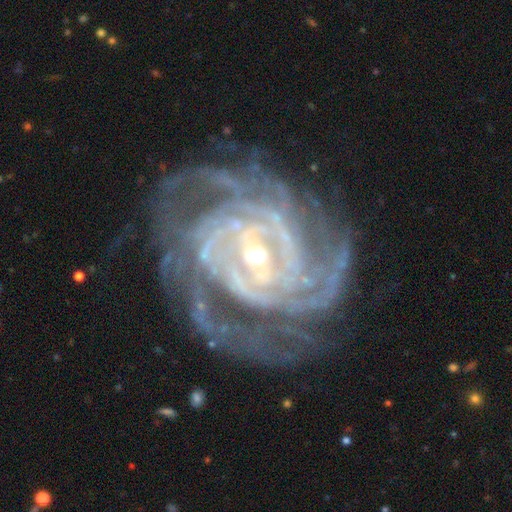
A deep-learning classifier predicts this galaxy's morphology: The model was most divided on "spiral arm count": 4: 24%, can't tell: 21%, 3: 17%, more than 4: 16%, 2: 14%, 1: 8%. Remaining: spiral arms — yes (98%); edge-on disk — no (97%); smooth or featured — featured or disk (92%); spiral winding — tight (71%); merging — none (69%); bulge size — small (59%); bar — weak (42%).